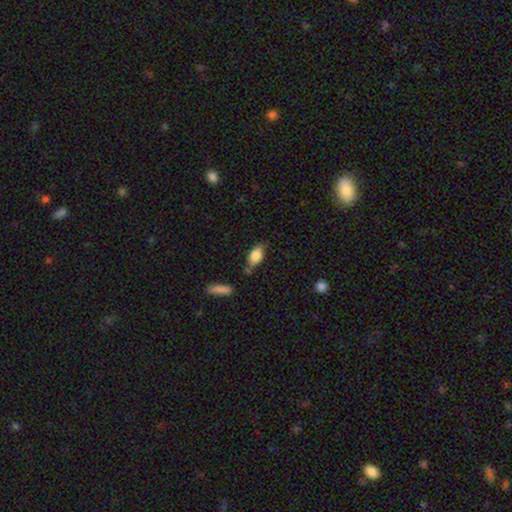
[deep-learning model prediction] smooth 80%, featured or disk 13%, star or artifact 7%. Down the decision tree: how rounded — in between (87%); merging — none (59%).